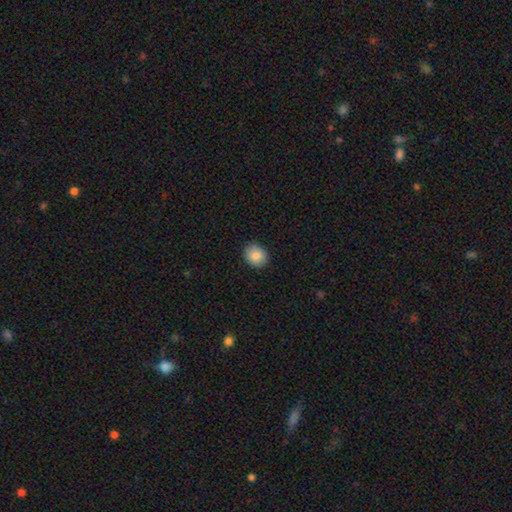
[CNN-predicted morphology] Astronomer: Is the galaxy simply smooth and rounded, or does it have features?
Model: smooth — 87%.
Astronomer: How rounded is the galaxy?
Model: round — 58% (runner-up: in between, 41%).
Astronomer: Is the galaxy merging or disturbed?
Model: none — 89%.